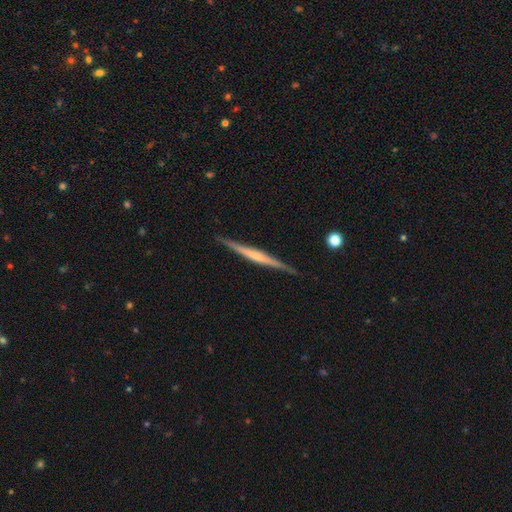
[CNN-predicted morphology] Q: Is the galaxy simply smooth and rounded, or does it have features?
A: featured or disk — 69%.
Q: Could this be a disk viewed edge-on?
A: yes — 98%.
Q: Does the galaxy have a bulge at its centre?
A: none — 45%.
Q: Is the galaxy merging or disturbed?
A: none — 90%.